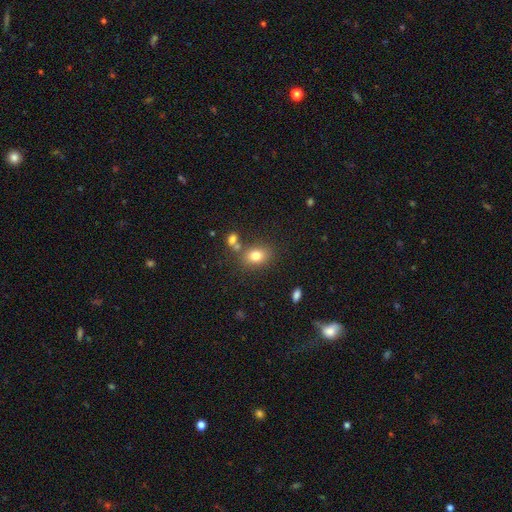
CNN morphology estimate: The model was most divided on "how rounded": in between: 64%, round: 35%, cigar-shaped: 1%. More confident: smooth or featured — smooth (78%); merging — none (69%).